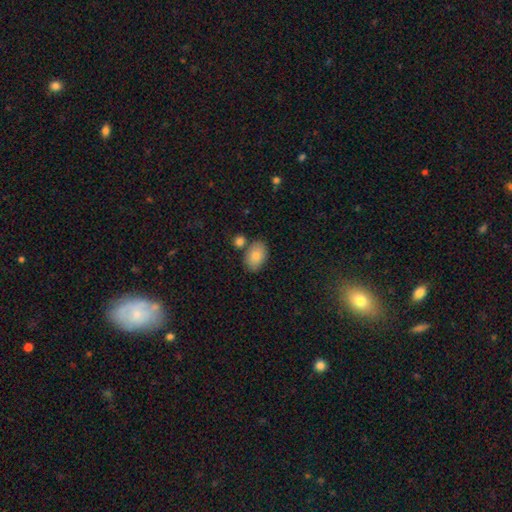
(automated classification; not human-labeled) A smooth galaxy with no disk features (84%) that is in between round and cigar-shaped (89%).

Vote fractions:
- Smooth or featured? smooth: 84% / featured or disk: 9% / star or artifact: 7%
- How rounded? in between: 89% / round: 10% / cigar-shaped: 1%
- Merging? none: 71% / minor disturbance: 13% / merger: 13% / major disturbance: 3%